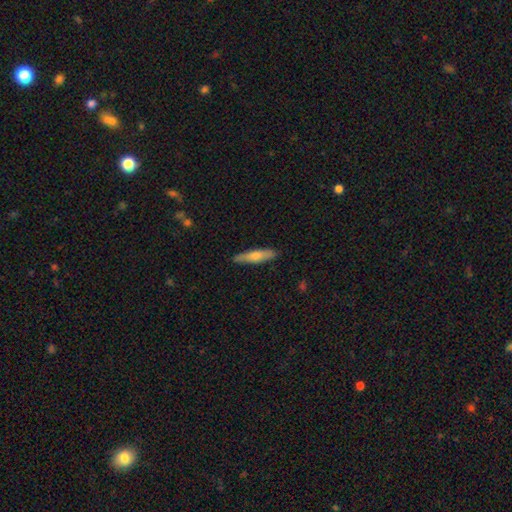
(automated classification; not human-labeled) smooth_or_featured: smooth (p=0.50) [alt: featured or disk p=0.44]
merging: none (p=0.89) [alt: minor disturbance p=0.08]